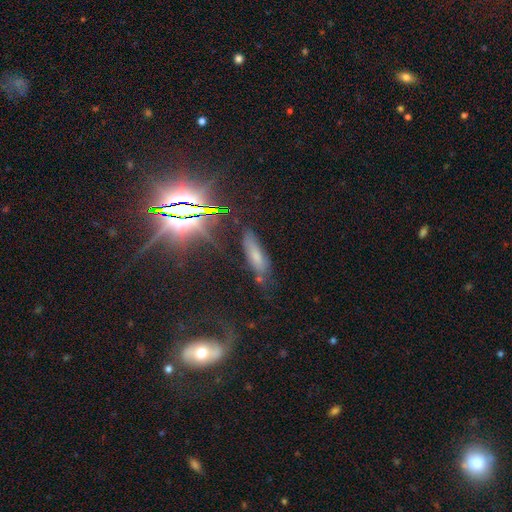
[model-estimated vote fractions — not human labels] This appears to be a smooth galaxy with no disk features (42%). Merging: none (62%).